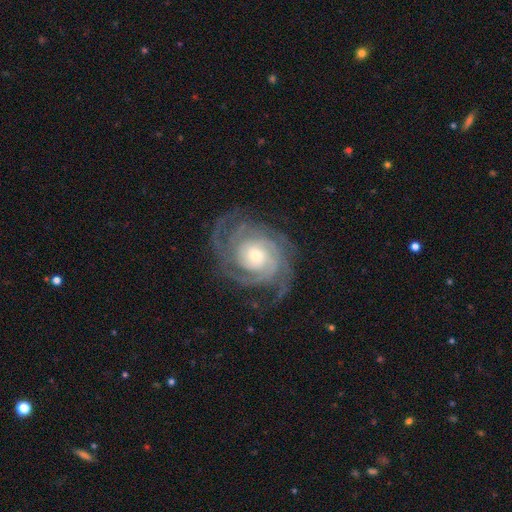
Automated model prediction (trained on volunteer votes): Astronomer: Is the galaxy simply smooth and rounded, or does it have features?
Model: featured or disk — 91%.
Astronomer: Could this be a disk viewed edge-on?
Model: no — 97%.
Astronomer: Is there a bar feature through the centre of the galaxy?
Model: no — 71%.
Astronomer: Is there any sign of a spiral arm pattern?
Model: yes — 98%.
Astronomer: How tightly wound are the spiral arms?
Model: tight — 71%.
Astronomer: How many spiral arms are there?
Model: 3 — 27% (runner-up: 4, 26%).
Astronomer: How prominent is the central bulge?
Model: moderate — 47% (runner-up: small, 45%).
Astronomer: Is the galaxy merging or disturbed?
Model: none — 75%.